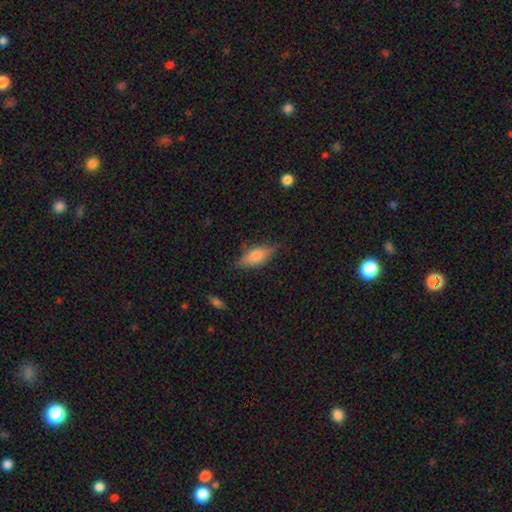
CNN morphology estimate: smooth-or-featured: smooth: 64% | featured or disk: 29% | star or artifact: 8%
  how-rounded: in between: 72% | cigar-shaped: 25% | round: 3%
  merging: none: 76% | minor disturbance: 19% | major disturbance: 4% | merger: 1%